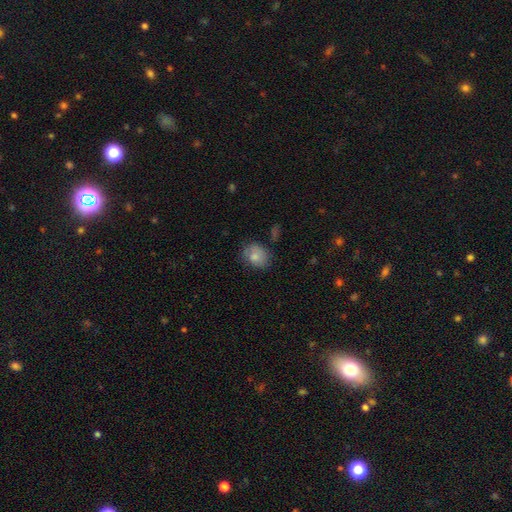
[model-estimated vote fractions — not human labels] This appears to be a smooth galaxy with no disk features (75%) that is in between round and cigar-shaped (51%). Merging: none (62%).